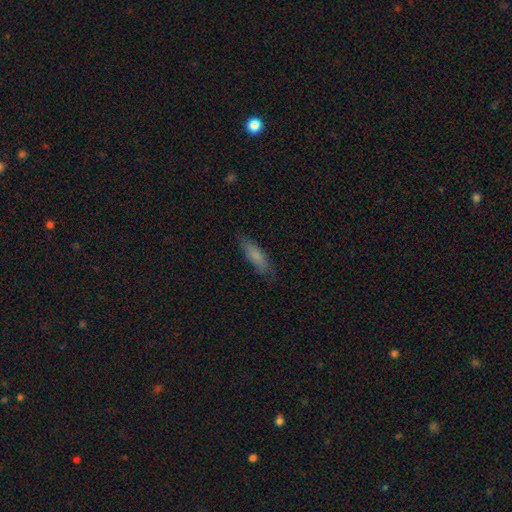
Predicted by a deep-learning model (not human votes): Smooth or featured?
  - smooth: 78% *
  - featured or disk: 16%
  - star or artifact: 7%
How rounded?
  - cigar-shaped: 57% *
  - in between: 41%
  - round: 2%
Merging?
  - none: 80% *
  - minor disturbance: 15%
  - major disturbance: 3%
  - merger: 1%